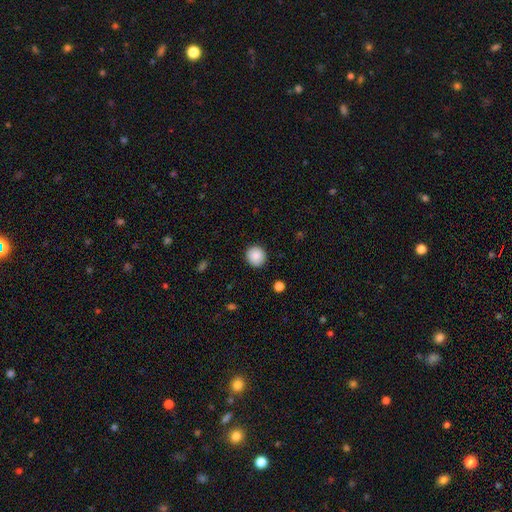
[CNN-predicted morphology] smooth-or-featured: smooth: 89% | star or artifact: 8% | featured or disk: 3%
  how-rounded: round: 90% | in between: 10% | cigar-shaped: 1%
  merging: none: 91% | minor disturbance: 6% | major disturbance: 2% | merger: 1%